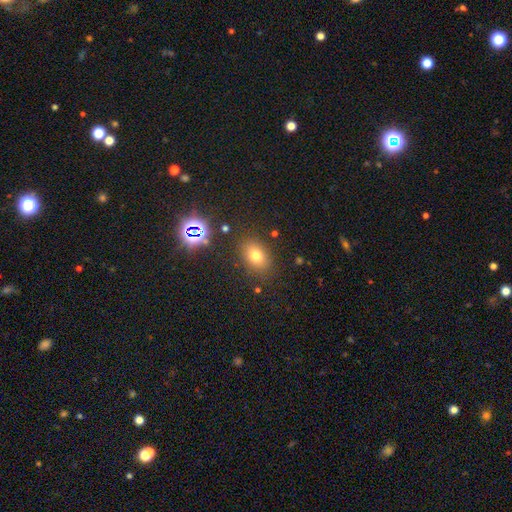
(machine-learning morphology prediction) Q: Smooth or featured?
A: smooth (72%); runner-up: star or artifact (18%)
Q: How rounded?
A: in between (72%); runner-up: round (27%)
Q: Merging?
A: none (84%); runner-up: minor disturbance (10%)